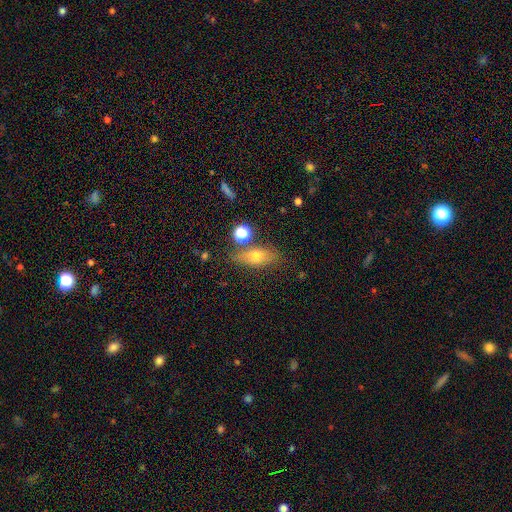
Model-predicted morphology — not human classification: smooth_or_featured: smooth (p=0.59) [alt: featured or disk p=0.28]
how_rounded: in between (p=0.66) [alt: cigar-shaped p=0.24]
merging: none (p=0.74) [alt: minor disturbance p=0.14]